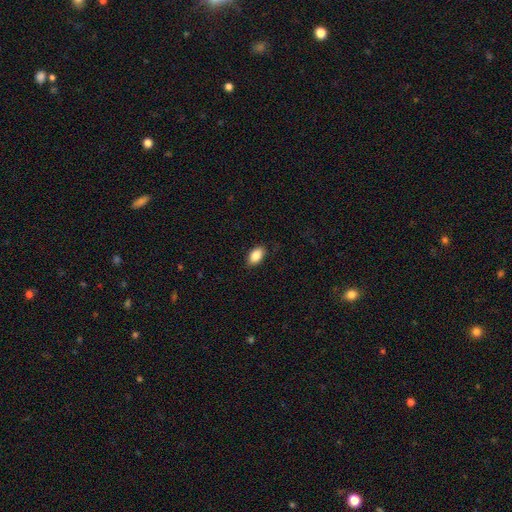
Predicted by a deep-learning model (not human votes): smooth-or-featured: smooth: 86% | star or artifact: 7% | featured or disk: 7%
  how-rounded: in between: 92% | round: 6% | cigar-shaped: 2%
  merging: none: 86% | minor disturbance: 11% | major disturbance: 2% | merger: 1%